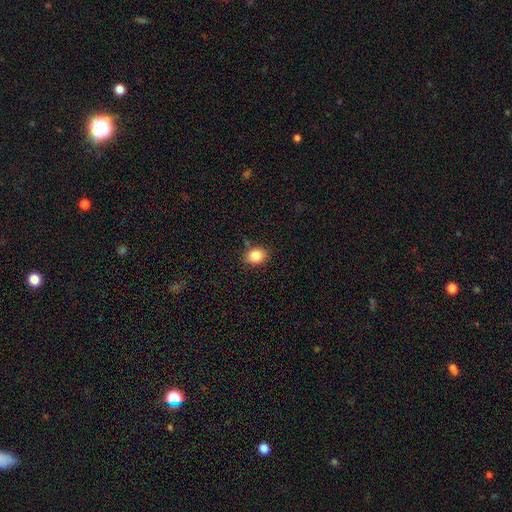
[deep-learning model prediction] smooth-or-featured: smooth: 86% | star or artifact: 9% | featured or disk: 5%
  how-rounded: in between: 50% | round: 49% | cigar-shaped: 1%
  merging: none: 80% | minor disturbance: 14% | major disturbance: 3% | merger: 3%